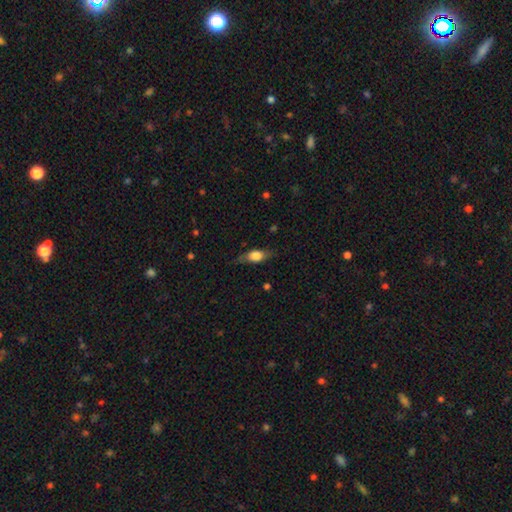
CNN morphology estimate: Smooth or featured: smooth — 62% (featured or disk — 31%)
How rounded: in between — 72% (cigar-shaped — 19%)
Merging: none — 73% (minor disturbance — 20%)